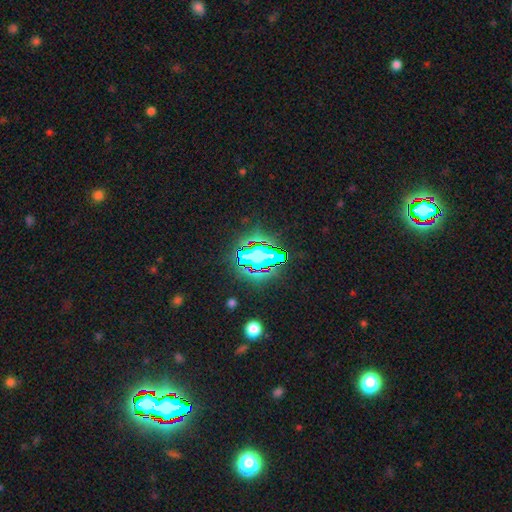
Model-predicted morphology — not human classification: Q: Smooth or featured?
A: star or artifact (63%); runner-up: smooth (23%)